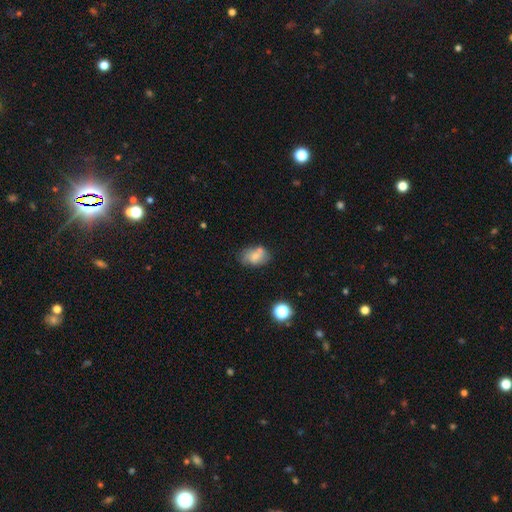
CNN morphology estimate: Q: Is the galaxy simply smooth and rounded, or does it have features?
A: smooth — 66%.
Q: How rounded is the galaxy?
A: in between — 82%.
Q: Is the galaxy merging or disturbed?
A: none — 51%.